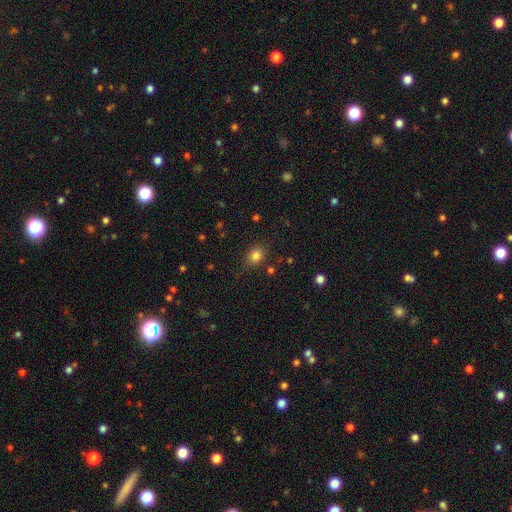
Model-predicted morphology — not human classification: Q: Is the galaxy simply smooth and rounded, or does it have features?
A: smooth — 82%.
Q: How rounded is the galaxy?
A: round — 57%.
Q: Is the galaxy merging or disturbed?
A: none — 83%.